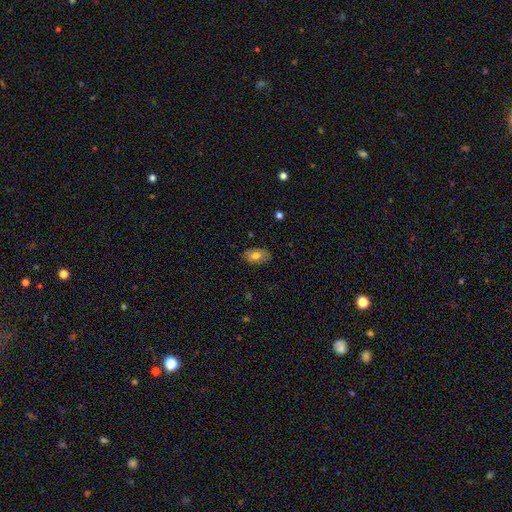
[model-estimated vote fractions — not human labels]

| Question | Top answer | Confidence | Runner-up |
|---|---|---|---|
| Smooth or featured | smooth | 71% | featured or disk (21%) |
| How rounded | in between | 90% | round (8%) |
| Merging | none | 81% | minor disturbance (15%) |